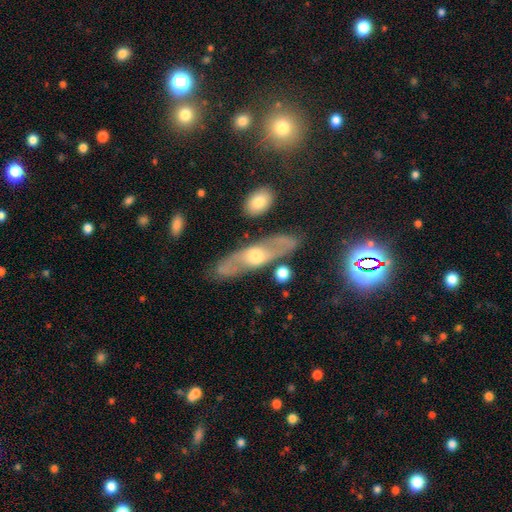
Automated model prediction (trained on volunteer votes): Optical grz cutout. It shows a featured or disk galaxy (70%). Merging: none (80%).